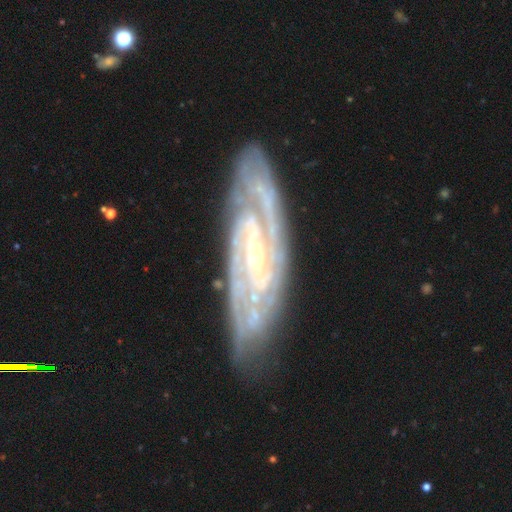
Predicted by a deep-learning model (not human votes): The model was most divided on "bar": weak: 39%, no: 33%, strong: 28%. Remaining: spiral arms — yes (97%); smooth or featured — featured or disk (90%); edge-on disk — no (89%); merging — none (79%); bulge size — small (72%); spiral winding — tight (60%); spiral arm count — 2 (46%).